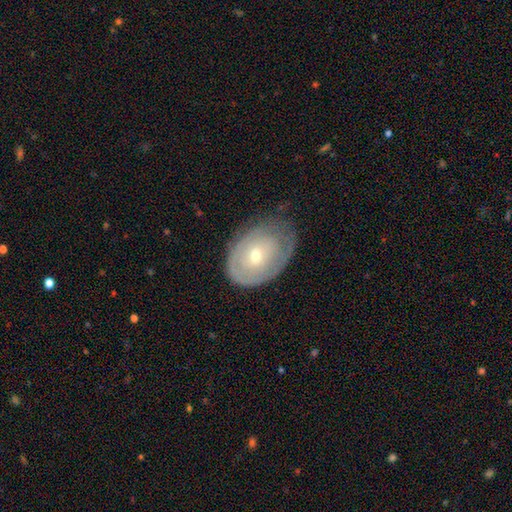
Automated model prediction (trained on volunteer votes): A featured or disk galaxy (54%) with no bar (73%), spiral arms (55%) and a small central bulge (51%).

Vote fractions:
- Smooth or featured? featured or disk: 54% / smooth: 39% / star or artifact: 6%
- Edge-on disk? no: 94% / yes: 6%
- Bar? no: 73% / weak: 23% / strong: 5%
- Spiral arms? yes: 55% / no: 45%
- Bulge size? small: 51% / moderate: 45% / large: 2% / none: 1% / dominant: 1%
- Merging? none: 54% / minor disturbance: 32% / major disturbance: 13% / merger: 1%